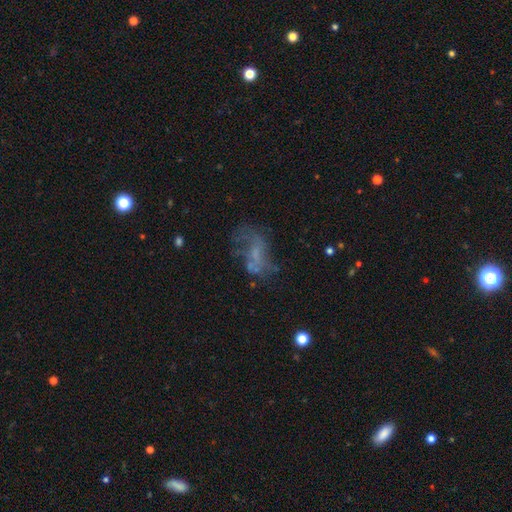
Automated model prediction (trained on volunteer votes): Morphology: type=featured or disk (52%); edge-on=no (96%); merging=none (39%).